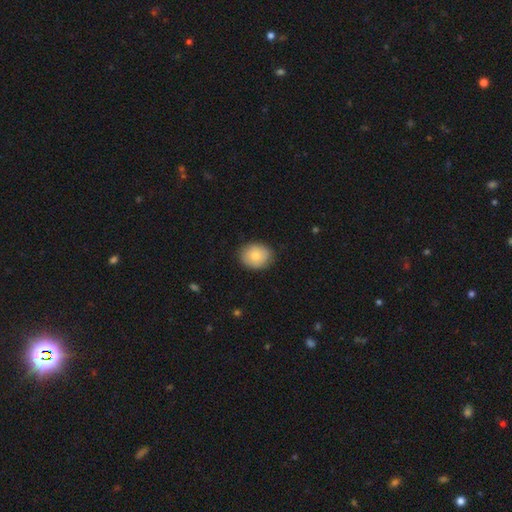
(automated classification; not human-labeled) Overall: smooth (78%). How rounded: round (58%; in between 41%). Merging: none (84%).